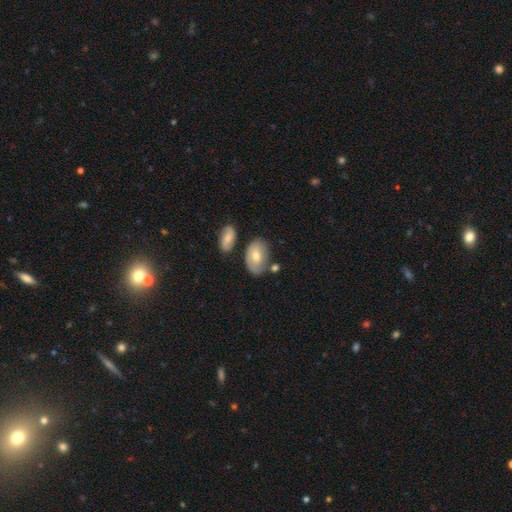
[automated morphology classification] Q: Smooth or featured?
A: smooth (64%); runner-up: featured or disk (29%)
Q: How rounded?
A: in between (87%); runner-up: round (11%)
Q: Merging?
A: none (62%); runner-up: minor disturbance (21%)